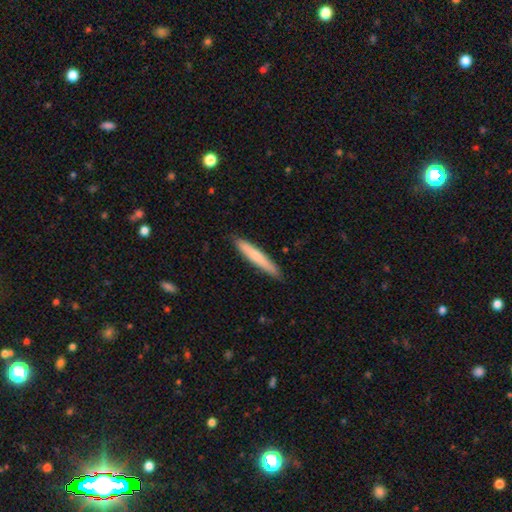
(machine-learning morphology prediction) This is likely a smooth galaxy (71%). How rounded: clearly cigar-shaped (94%). Merging: clearly none (89%).